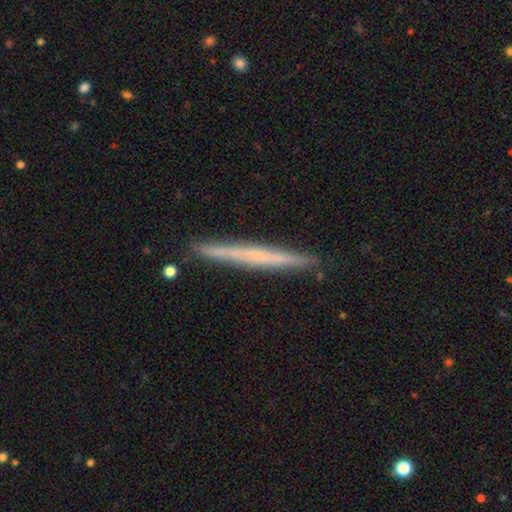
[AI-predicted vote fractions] This is possibly a featured or disk galaxy (52%). It is clearly viewed edge-on (97%). Edge-on bulge: clearly none (82%). Merging: clearly none (90%).